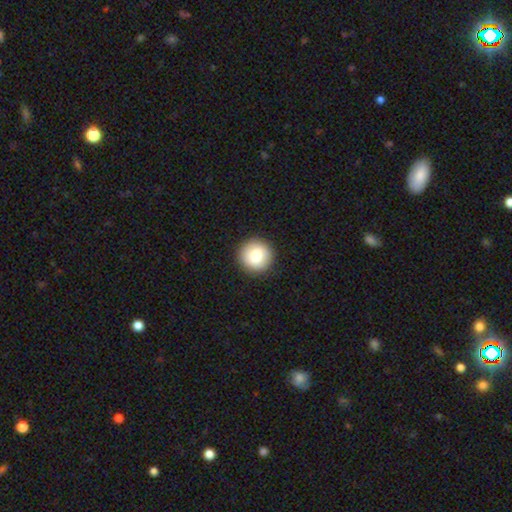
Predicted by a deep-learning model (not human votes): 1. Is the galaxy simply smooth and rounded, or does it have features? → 82% smooth, 10% featured or disk, 8% star or artifact.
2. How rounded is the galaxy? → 95% round, 4% in between, 1% cigar-shaped.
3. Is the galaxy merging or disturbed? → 92% none, 6% minor disturbance, 2% major disturbance, 1% merger.